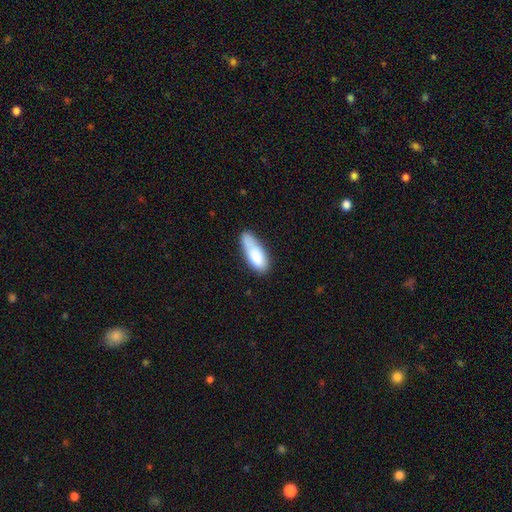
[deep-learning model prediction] Q: Smooth or featured?
A: smooth (81%); runner-up: featured or disk (13%)
Q: How rounded?
A: in between (65%); runner-up: cigar-shaped (32%)
Q: Merging?
A: none (45%); runner-up: minor disturbance (33%)